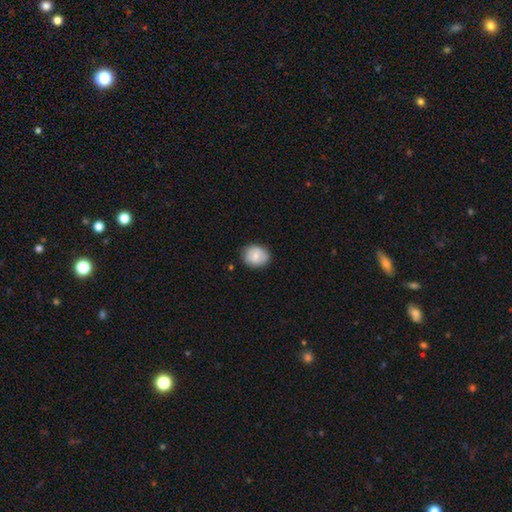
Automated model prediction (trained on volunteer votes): This is likely a smooth galaxy (76%). How rounded: likely round (69%). Merging: clearly none (81%).